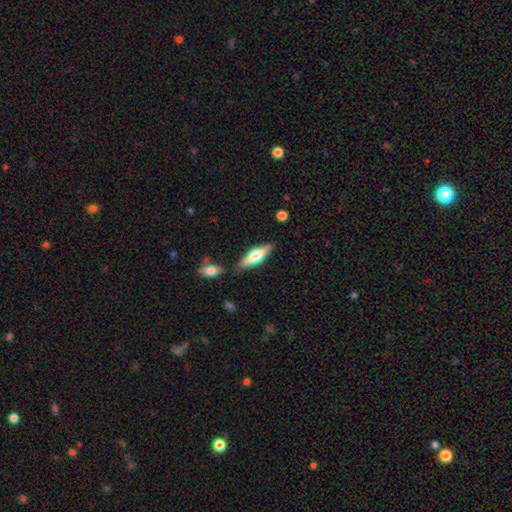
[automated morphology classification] Smooth or featured: featured or disk — 47% (tied with smooth — 47%)
Merging: none — 78% (minor disturbance — 13%)